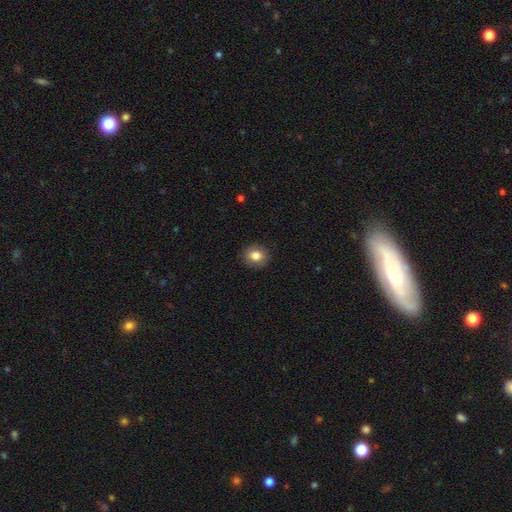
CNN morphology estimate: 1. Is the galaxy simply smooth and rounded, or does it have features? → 83% smooth, 9% star or artifact, 8% featured or disk.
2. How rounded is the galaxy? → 74% round, 25% in between, 1% cigar-shaped.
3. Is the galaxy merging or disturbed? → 89% none, 8% minor disturbance, 2% major disturbance, 1% merger.